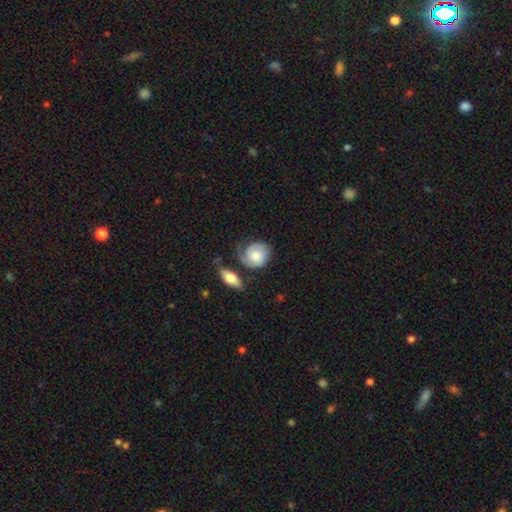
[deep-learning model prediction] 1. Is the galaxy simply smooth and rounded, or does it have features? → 56% featured or disk, 38% smooth, 6% star or artifact.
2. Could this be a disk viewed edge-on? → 96% no, 4% yes.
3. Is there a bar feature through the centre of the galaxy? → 75% no, 21% weak, 4% strong.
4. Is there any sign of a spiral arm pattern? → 87% yes, 13% no.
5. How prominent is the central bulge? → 60% moderate, 18% large, 17% small, 3% none, 2% dominant.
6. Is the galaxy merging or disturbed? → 51% none, 24% minor disturbance, 15% major disturbance, 10% merger.